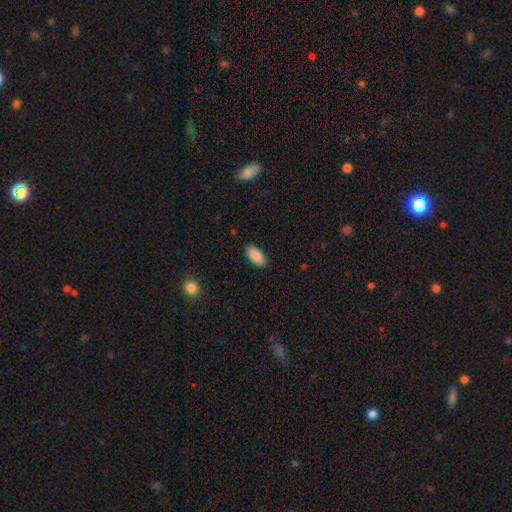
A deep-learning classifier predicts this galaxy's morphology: A smooth galaxy with no disk features (89%) that is in between round and cigar-shaped (92%).

Vote fractions:
- Smooth or featured? smooth: 89% / star or artifact: 7% / featured or disk: 5%
- How rounded? in between: 92% / cigar-shaped: 6% / round: 2%
- Merging? none: 88% / minor disturbance: 9% / major disturbance: 2% / merger: 1%